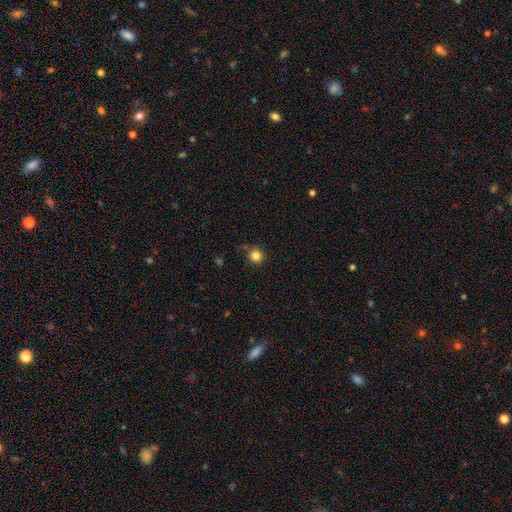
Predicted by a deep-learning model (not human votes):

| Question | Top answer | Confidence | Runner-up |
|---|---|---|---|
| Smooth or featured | smooth | 84% | star or artifact (12%) |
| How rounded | round | 93% | in between (6%) |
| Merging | none | 82% | minor disturbance (12%) |